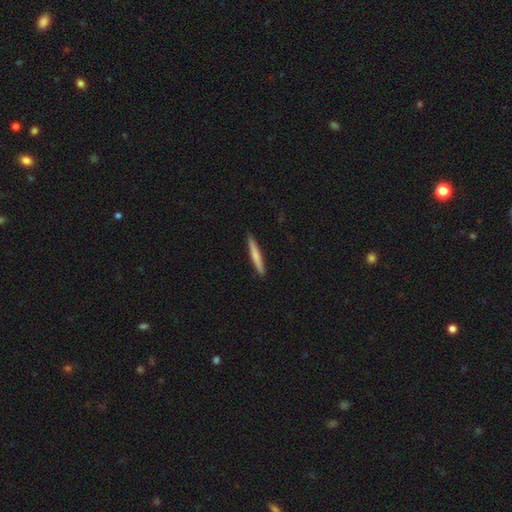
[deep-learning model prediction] Smooth or featured? smooth (69%)
How rounded? cigar-shaped (95%)
Merging? none (91%)